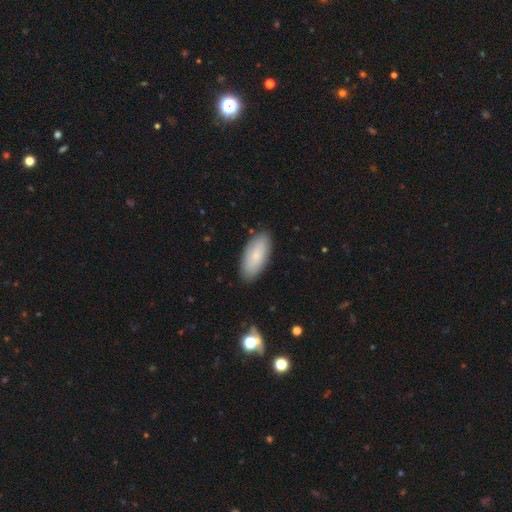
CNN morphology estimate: Smooth or featured?
  - smooth: 78% *
  - featured or disk: 15%
  - star or artifact: 6%
How rounded?
  - in between: 88% *
  - cigar-shaped: 10%
  - round: 2%
Merging?
  - none: 86% *
  - minor disturbance: 10%
  - major disturbance: 2%
  - merger: 1%